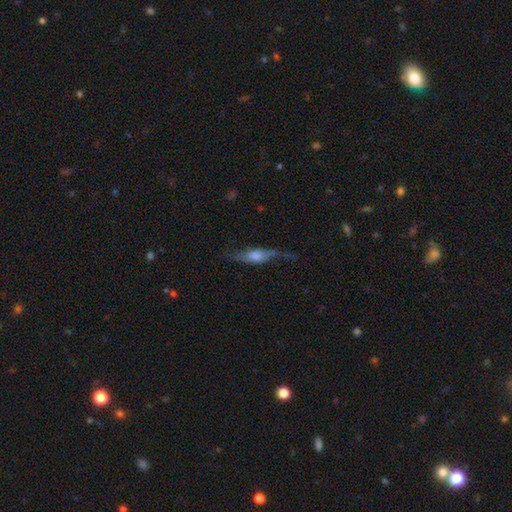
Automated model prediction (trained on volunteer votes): Morphology: type=featured or disk (54%); edge-on=yes (75%); merging=none (52%).